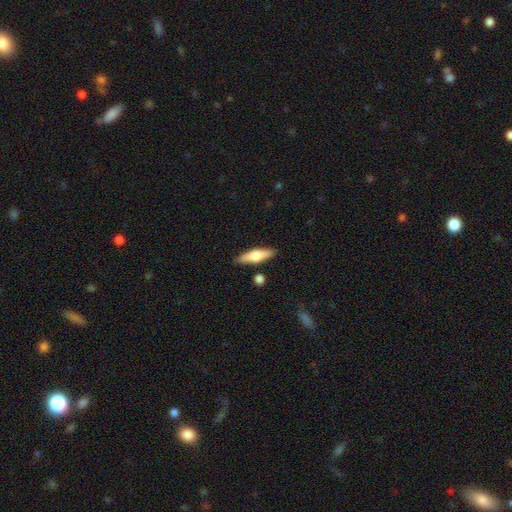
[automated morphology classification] Q: Smooth or featured?
A: smooth (58%); runner-up: featured or disk (36%)
Q: How rounded?
A: cigar-shaped (60%); runner-up: in between (38%)
Q: Merging?
A: none (84%); runner-up: minor disturbance (10%)